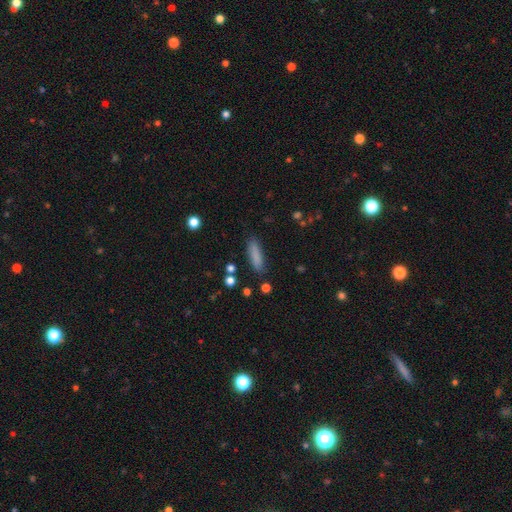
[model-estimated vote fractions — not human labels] A smooth galaxy with no disk features (84%) that is cigar-shaped (62%).

Vote fractions:
- Smooth or featured? smooth: 84% / featured or disk: 8% / star or artifact: 8%
- How rounded? cigar-shaped: 62% / in between: 36% / round: 2%
- Merging? none: 85% / minor disturbance: 11% / major disturbance: 3% / merger: 2%